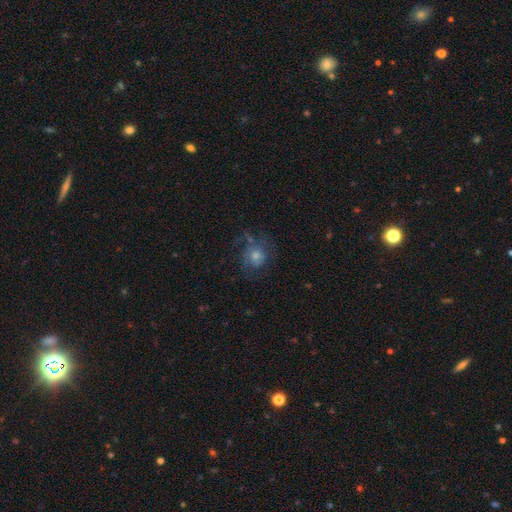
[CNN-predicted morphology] featured or disk 49%, smooth 36%, star or artifact 15%. Down the decision tree: merging — none (61%).